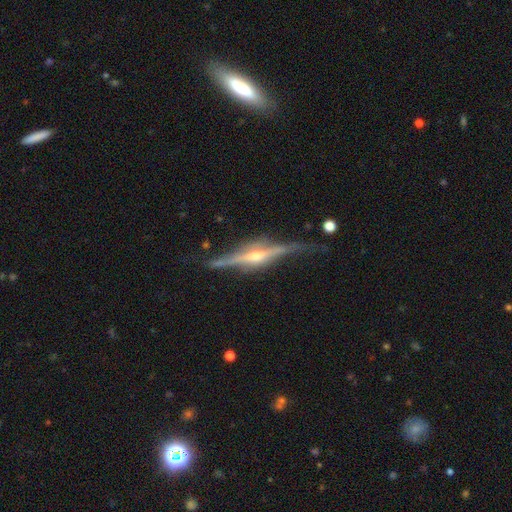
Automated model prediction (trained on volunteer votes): featured or disk 87%, smooth 7%, star or artifact 5%. Down the decision tree: edge-on disk — yes (97%); edge-on bulge — rounded (83%); merging — none (75%).